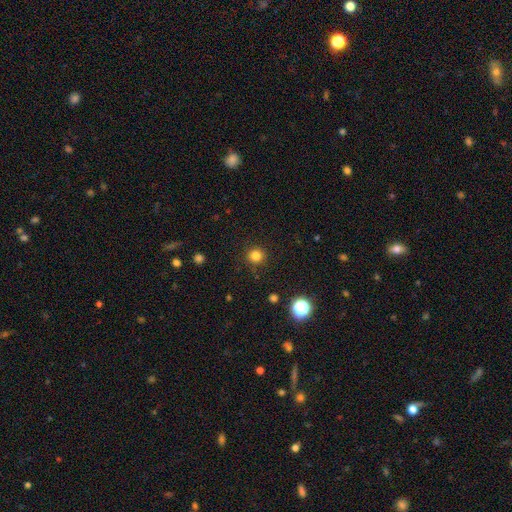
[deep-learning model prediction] Overall: smooth (82%). How rounded: round (95%). Merging: none (90%).